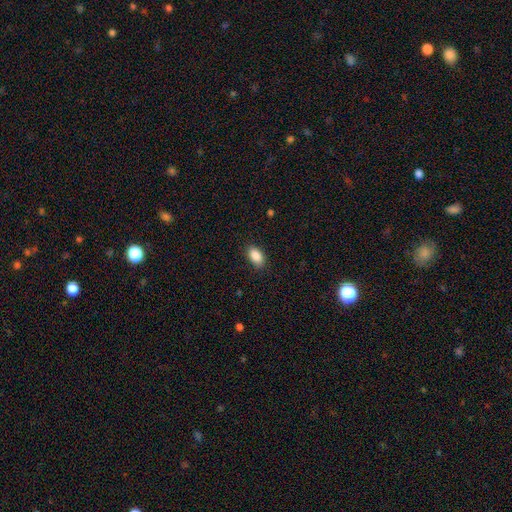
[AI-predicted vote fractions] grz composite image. It shows a smooth galaxy with no disk features (89%) that is in between round and cigar-shaped (92%). Merging: none (86%).